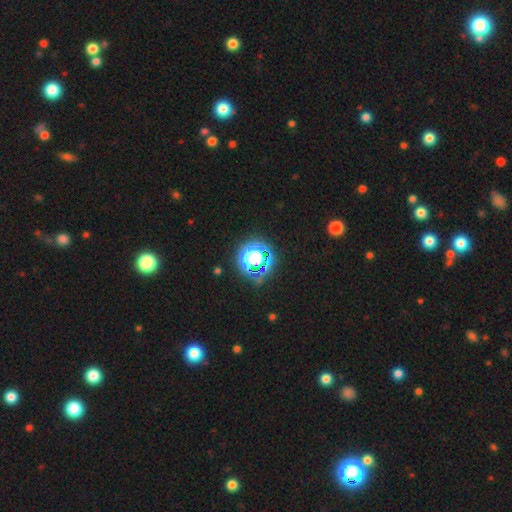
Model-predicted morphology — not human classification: A star or artifact, not a galaxy (72%).

Vote fractions:
- Smooth or featured? star or artifact: 72% / smooth: 20% / featured or disk: 8%